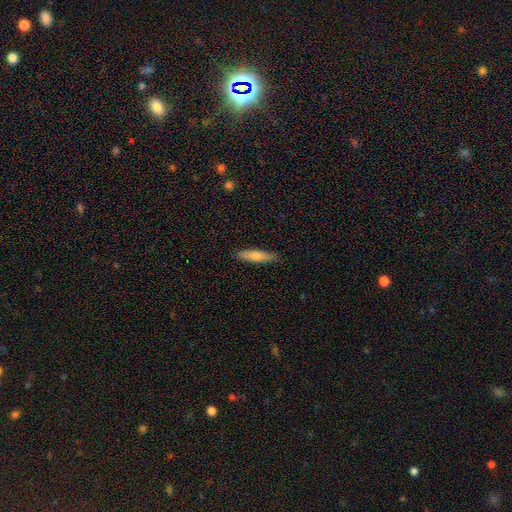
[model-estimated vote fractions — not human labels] Smooth or featured?
  - smooth: 75% *
  - featured or disk: 19%
  - star or artifact: 5%
How rounded?
  - cigar-shaped: 78% *
  - in between: 21%
  - round: 1%
Merging?
  - none: 88% *
  - minor disturbance: 9%
  - major disturbance: 2%
  - merger: 1%